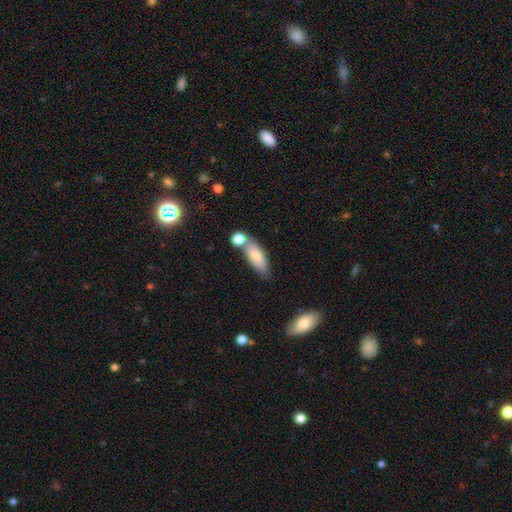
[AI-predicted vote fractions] Morphology: type=smooth (80%); roundness=in between (72%); merging=none (54%).